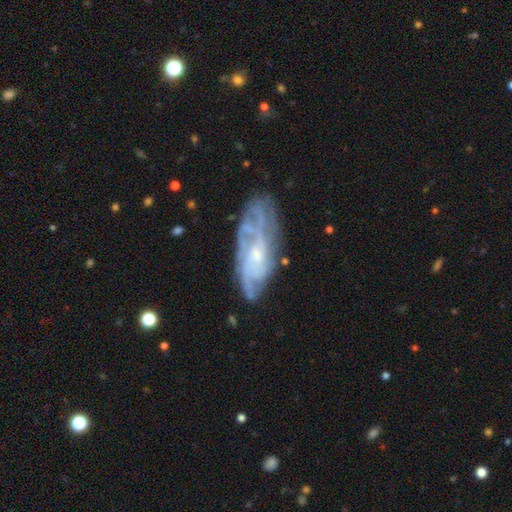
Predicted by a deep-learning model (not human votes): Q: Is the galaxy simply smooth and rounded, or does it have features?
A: featured or disk — 80%.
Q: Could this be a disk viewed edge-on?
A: no — 89%.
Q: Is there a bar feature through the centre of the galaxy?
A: no — 69%.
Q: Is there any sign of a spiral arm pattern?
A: yes — 93%.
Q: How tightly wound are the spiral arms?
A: tight — 56%.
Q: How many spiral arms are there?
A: can't tell — 40%.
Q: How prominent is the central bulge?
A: small — 62%.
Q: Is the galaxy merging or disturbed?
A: none — 71%.